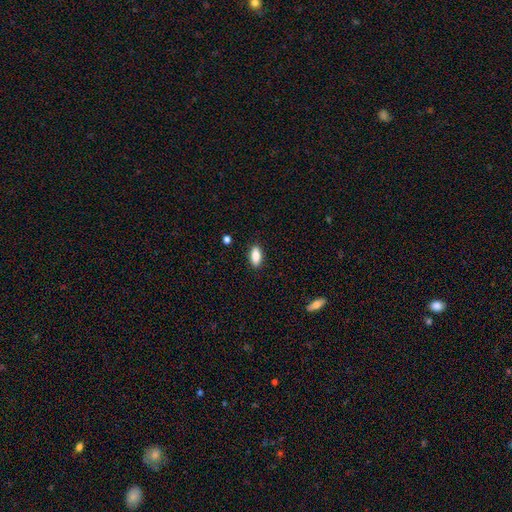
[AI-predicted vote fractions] smooth 82%, featured or disk 11%, star or artifact 7%. Down the decision tree: how rounded — in between (84%); merging — none (88%).